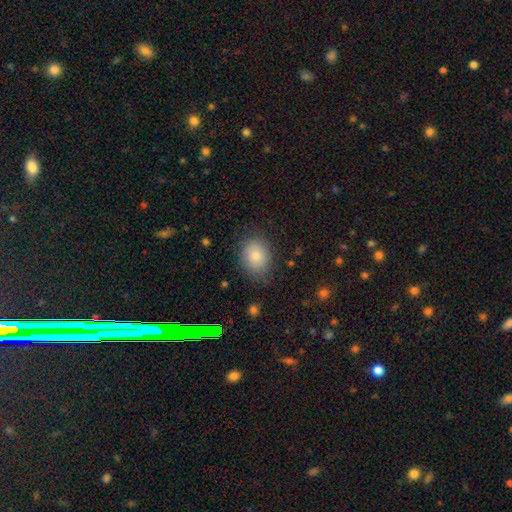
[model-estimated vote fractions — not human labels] Smooth or featured?
  - smooth: 83% *
  - featured or disk: 9%
  - star or artifact: 9%
How rounded?
  - in between: 55% *
  - round: 44%
  - cigar-shaped: 1%
Merging?
  - none: 76% *
  - minor disturbance: 18%
  - major disturbance: 5%
  - merger: 1%